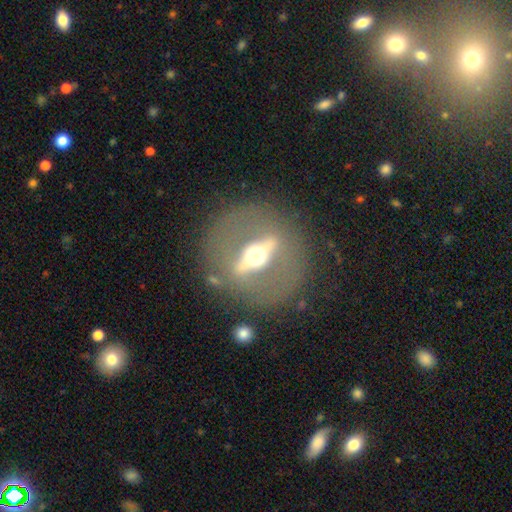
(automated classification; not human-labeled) Smooth or featured? Predicted: featured or disk (p=0.82). Edge-on disk? Predicted: no (p=0.51). Merging? Predicted: none (p=0.82).